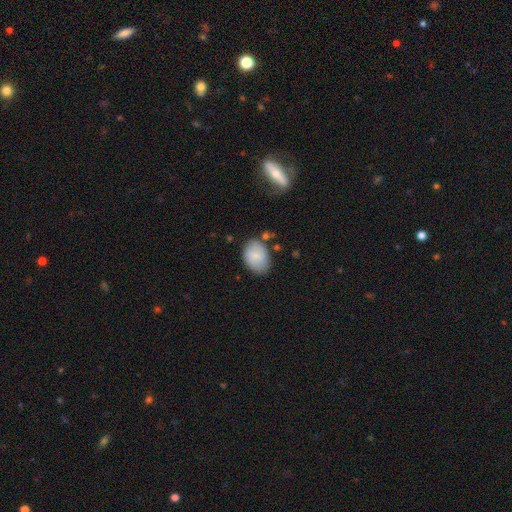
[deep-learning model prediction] Morphology: type=smooth (81%); roundness=in between (83%); merging=none (72%).